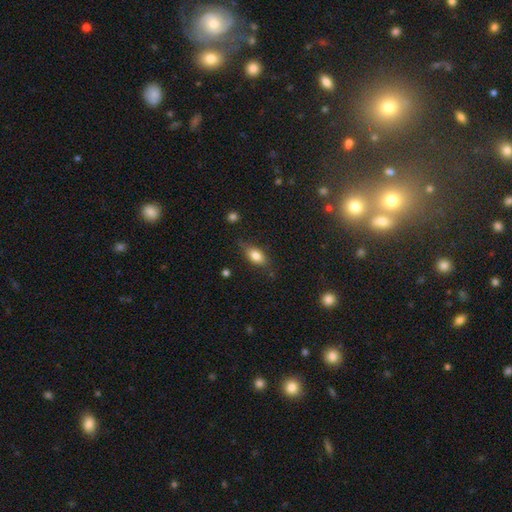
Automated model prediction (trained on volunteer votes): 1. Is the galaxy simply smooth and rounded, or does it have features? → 79% smooth, 12% featured or disk, 8% star or artifact.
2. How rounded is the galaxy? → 85% in between, 8% cigar-shaped, 7% round.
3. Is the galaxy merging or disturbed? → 74% none, 20% minor disturbance, 5% major disturbance, 2% merger.